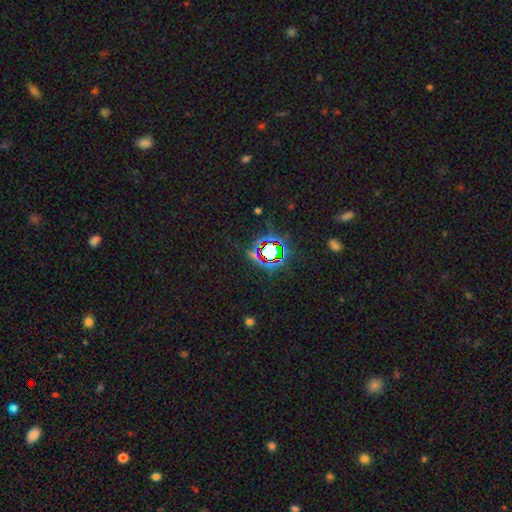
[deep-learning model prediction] A star or artifact, not a galaxy (78%).

Vote fractions:
- Smooth or featured? star or artifact: 78% / smooth: 14% / featured or disk: 9%